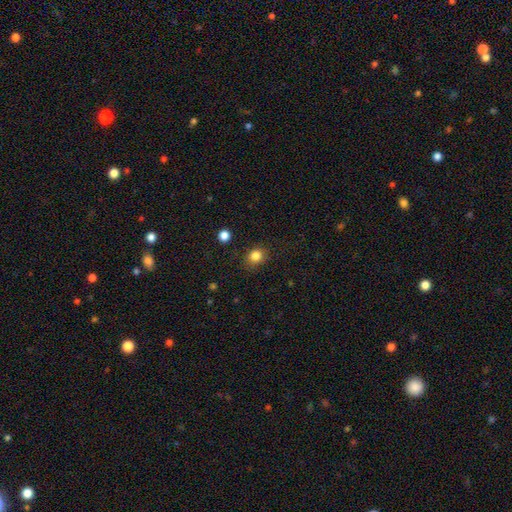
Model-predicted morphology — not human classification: This appears to be a smooth galaxy with no disk features (84%) that is round (71%). Merging: none (84%).